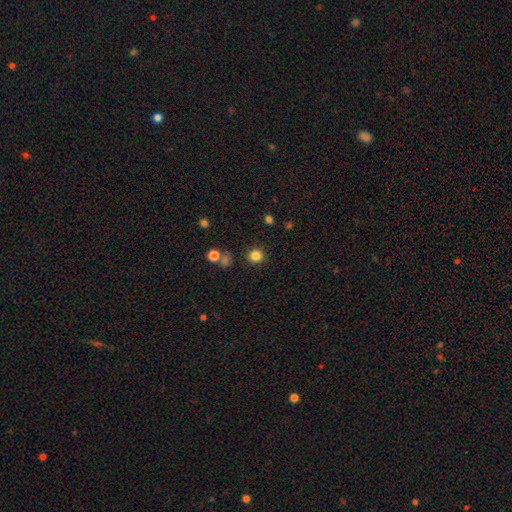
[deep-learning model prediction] Smooth or featured?
  - smooth: 82% *
  - star or artifact: 13%
  - featured or disk: 4%
How rounded?
  - round: 92% *
  - in between: 7%
  - cigar-shaped: 1%
Merging?
  - none: 88% *
  - minor disturbance: 6%
  - merger: 3%
  - major disturbance: 3%